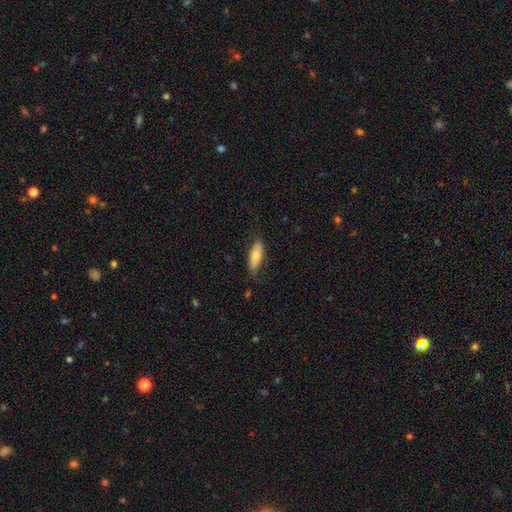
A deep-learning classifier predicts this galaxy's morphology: smooth_or_featured: smooth (p=0.69) [alt: featured or disk p=0.25]
how_rounded: in between (p=0.72) [alt: cigar-shaped p=0.26]
merging: none (p=0.77) [alt: minor disturbance p=0.18]